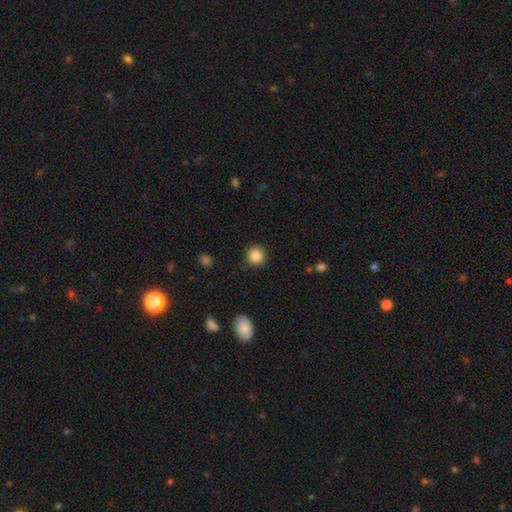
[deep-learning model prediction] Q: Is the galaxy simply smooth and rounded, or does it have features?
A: smooth — 88%.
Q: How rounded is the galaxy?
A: round — 92%.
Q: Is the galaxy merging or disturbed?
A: none — 90%.